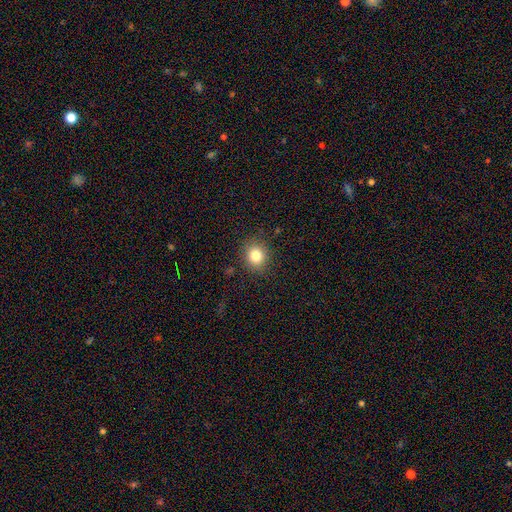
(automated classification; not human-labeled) The model was most divided on "how rounded": round: 79%, in between: 20%, cigar-shaped: 1%. More confident: merging — none (87%); smooth or featured — smooth (82%).